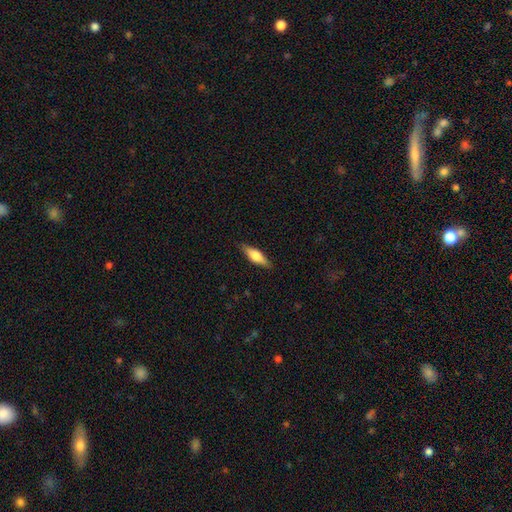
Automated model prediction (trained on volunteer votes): Smooth or featured? smooth (55%)
How rounded? cigar-shaped (50%)
Merging? none (86%)